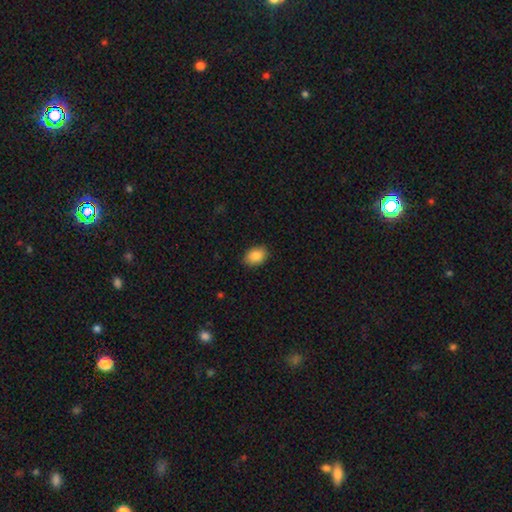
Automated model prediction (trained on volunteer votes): smooth-or-featured: smooth: 88% | star or artifact: 7% | featured or disk: 5%
  how-rounded: in between: 82% | round: 17% | cigar-shaped: 1%
  merging: none: 87% | minor disturbance: 9% | major disturbance: 2% | merger: 1%